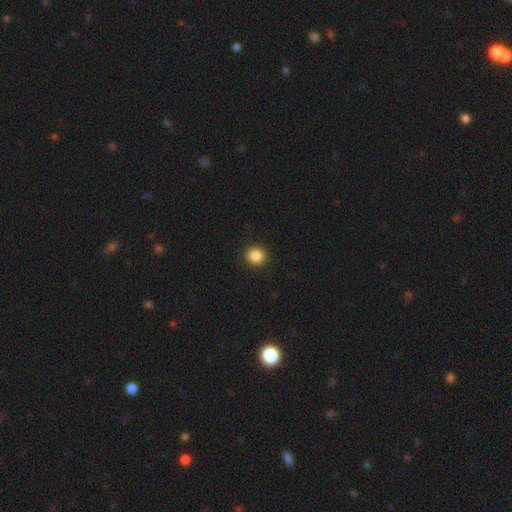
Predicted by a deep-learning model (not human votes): Smooth or featured: smooth — 87% (star or artifact — 10%)
How rounded: round — 84% (in between — 15%)
Merging: none — 91% (minor disturbance — 6%)